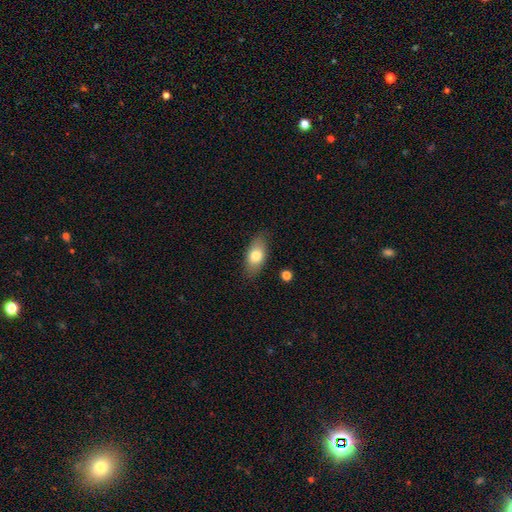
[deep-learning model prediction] smooth 77%, featured or disk 16%, star or artifact 7%. Down the decision tree: how rounded — in between (88%); merging — none (83%).